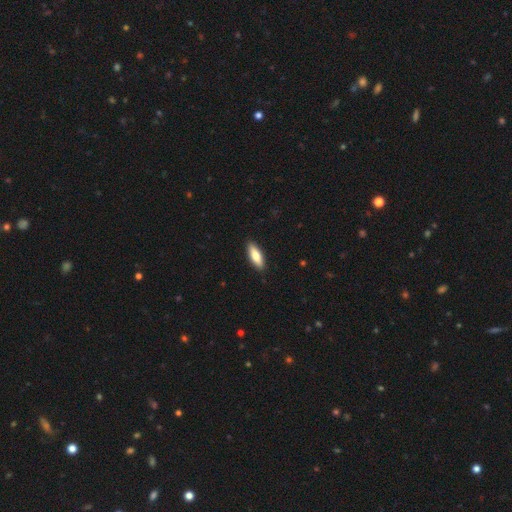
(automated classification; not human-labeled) Smooth or featured? Predicted: smooth (p=0.74). How rounded? Predicted: in between (p=0.55). Merging? Predicted: none (p=0.90).